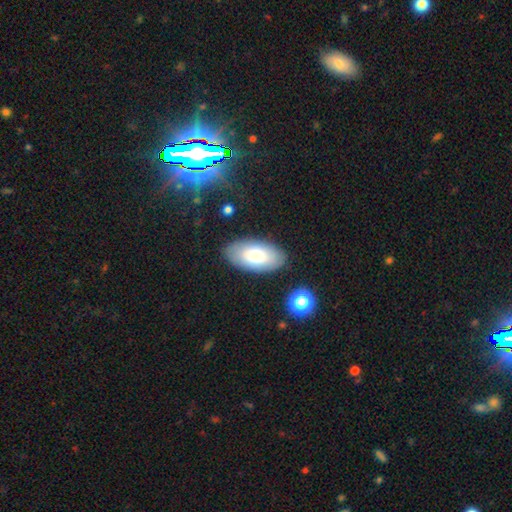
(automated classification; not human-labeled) Q: Smooth or featured?
A: smooth (72%); runner-up: featured or disk (20%)
Q: How rounded?
A: in between (94%); runner-up: cigar-shaped (3%)
Q: Merging?
A: none (84%); runner-up: minor disturbance (11%)